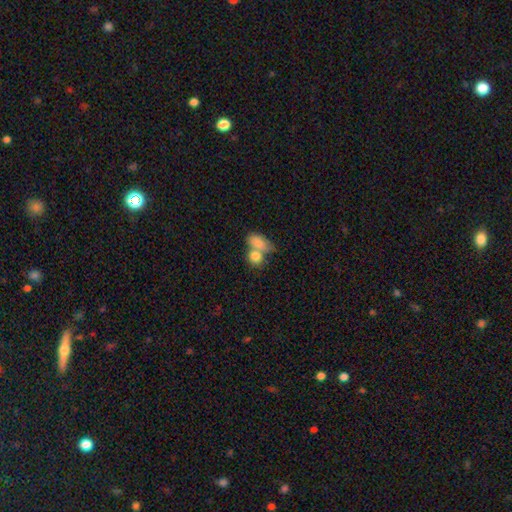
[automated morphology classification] smooth-or-featured: smooth: 80% | featured or disk: 12% | star or artifact: 8%
  how-rounded: in between: 58% | round: 39% | cigar-shaped: 3%
  merging: merger: 59% | none: 28% | minor disturbance: 9% | major disturbance: 5%